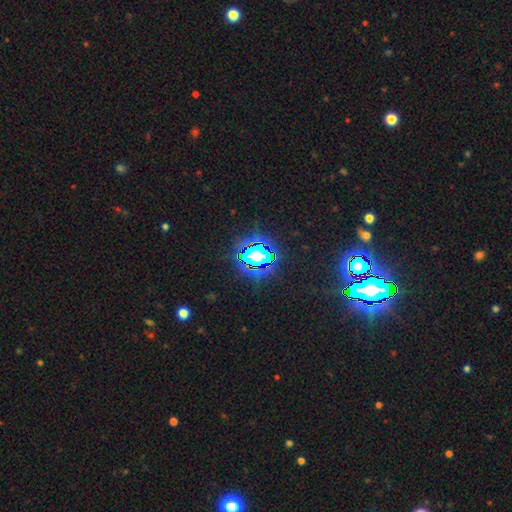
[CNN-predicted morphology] smooth-or-featured: star or artifact: 67% | smooth: 21% | featured or disk: 12%